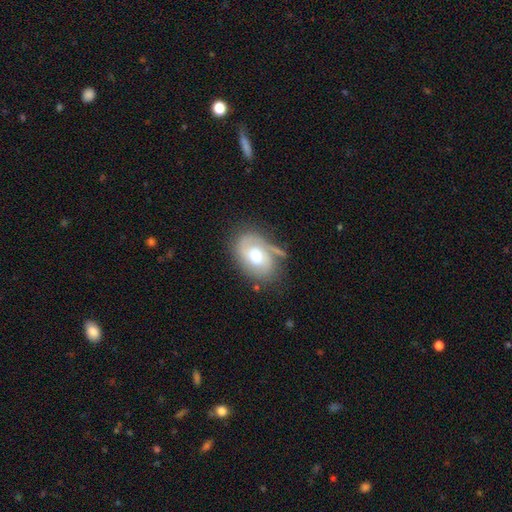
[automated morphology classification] This is likely a featured or disk galaxy (63%). It is clearly not viewed edge-on (96%). Bar: likely no (64%). Spiral arm pattern: clearly yes (83%). Spiral arm count: possibly 2 (56%). Spiral winding: marginally tight (41%, tied with medium). Central bulge: likely moderate (64%). Merging: possibly none (57%).